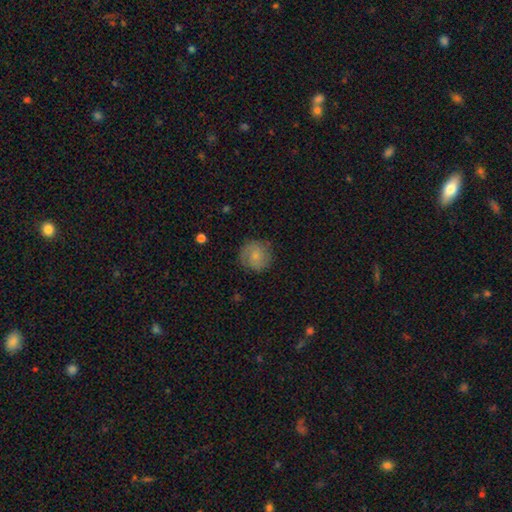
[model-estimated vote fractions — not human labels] Overall: smooth (59%; featured or disk 33%). How rounded: round (92%). Merging: none (80%).